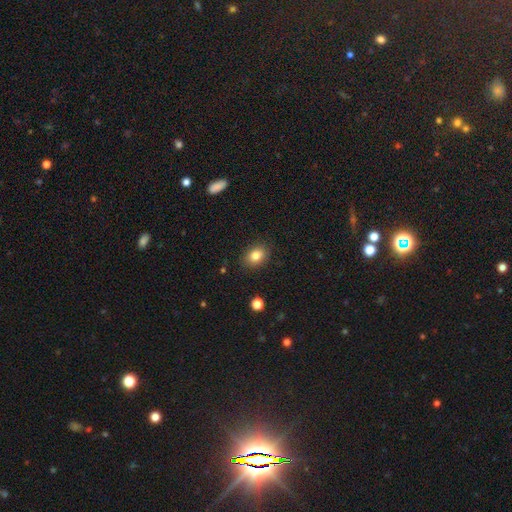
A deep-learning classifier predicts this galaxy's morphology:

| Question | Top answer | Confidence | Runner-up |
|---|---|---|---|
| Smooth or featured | smooth | 82% | star or artifact (10%) |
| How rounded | in between | 68% | round (31%) |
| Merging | none | 87% | minor disturbance (9%) |